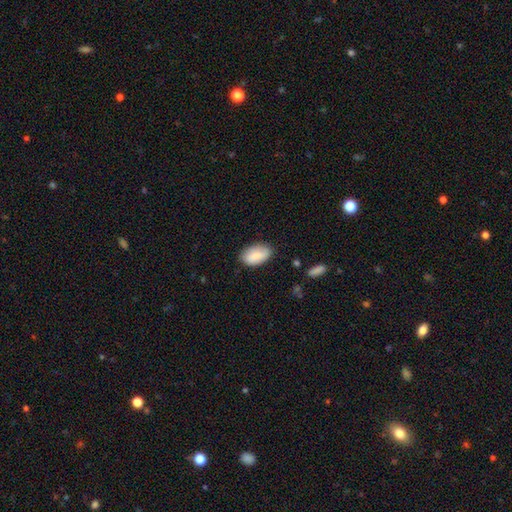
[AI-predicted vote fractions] The model was most divided on "merging": none: 78%, minor disturbance: 17%, major disturbance: 3%, merger: 1%. More confident: how rounded — in between (94%); smooth or featured — smooth (84%).